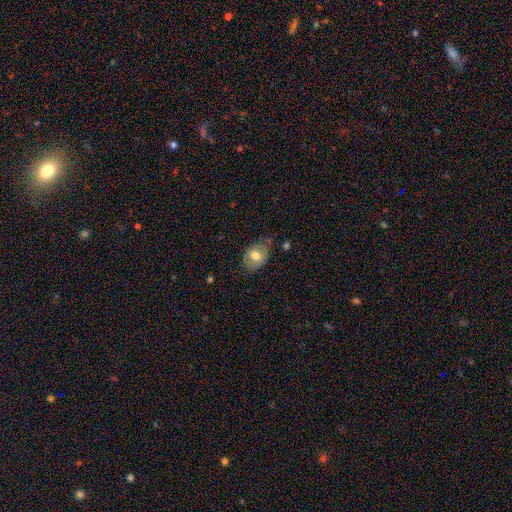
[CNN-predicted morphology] Smooth or featured? smooth (69%)
How rounded? in between (71%)
Merging? none (64%)